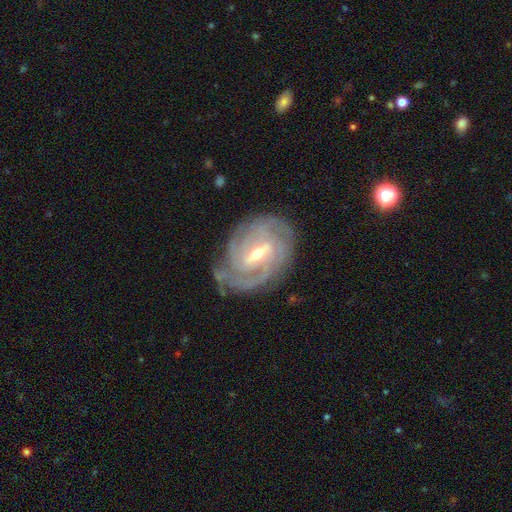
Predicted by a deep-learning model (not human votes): Q: Smooth or featured?
A: featured or disk (89%); runner-up: star or artifact (5%)
Q: Edge-on disk?
A: no (97%); runner-up: yes (3%)
Q: Bar?
A: weak (48%); runner-up: strong (39%)
Q: Spiral arms?
A: yes (97%); runner-up: no (3%)
Q: Spiral winding?
A: tight (72%); runner-up: medium (24%)
Q: Spiral arm count?
A: 3 (30%); runner-up: 2 (21%)
Q: Bulge size?
A: moderate (54%); runner-up: small (43%)
Q: Merging?
A: none (77%); runner-up: minor disturbance (17%)